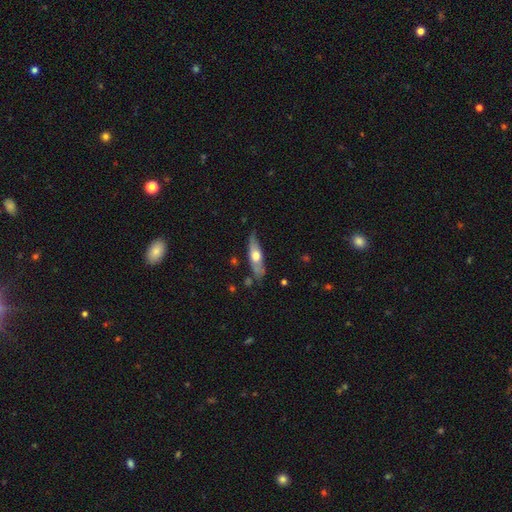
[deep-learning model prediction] A featured or disk galaxy (49%).

Vote fractions:
- Smooth or featured? featured or disk: 49% / smooth: 46% / star or artifact: 5%
- Merging? none: 68% / minor disturbance: 23% / major disturbance: 6% / merger: 3%